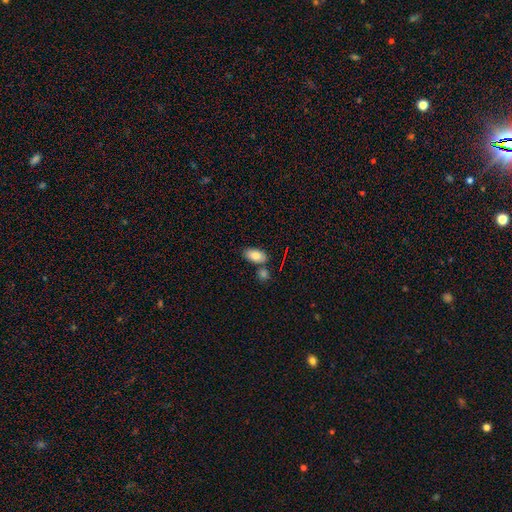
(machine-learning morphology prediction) A smooth galaxy with no disk features (82%) that is in between round and cigar-shaped (93%).

Vote fractions:
- Smooth or featured? smooth: 82% / featured or disk: 10% / star or artifact: 7%
- How rounded? in between: 93% / round: 5% / cigar-shaped: 3%
- Merging? none: 70% / merger: 15% / minor disturbance: 12% / major disturbance: 3%